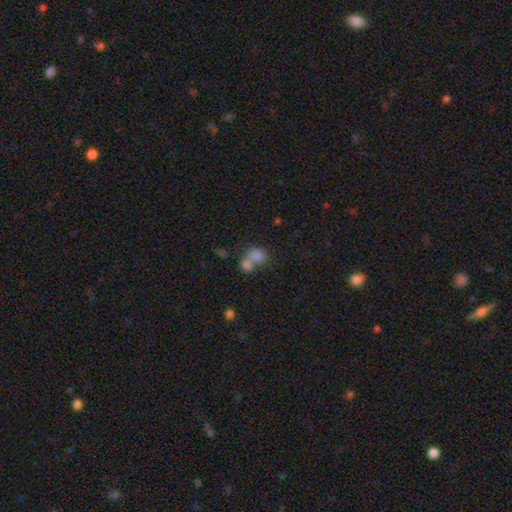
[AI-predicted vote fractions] Smooth or featured: smooth — 75% (star or artifact — 13%)
How rounded: in between — 58% (round — 41%)
Merging: merger — 63% (none — 25%)